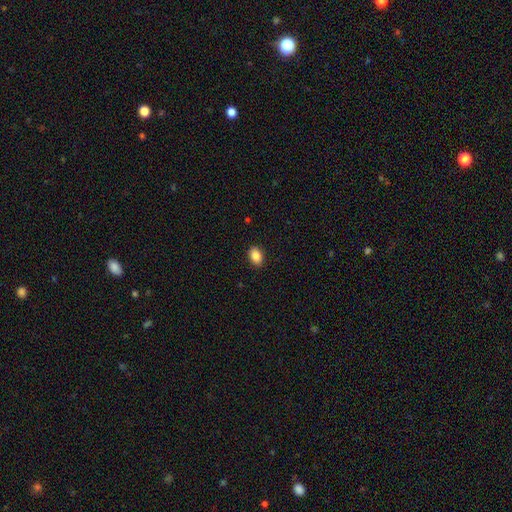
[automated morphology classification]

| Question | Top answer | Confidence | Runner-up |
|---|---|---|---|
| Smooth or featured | smooth | 88% | star or artifact (8%) |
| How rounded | in between | 85% | round (14%) |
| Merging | none | 90% | minor disturbance (8%) |